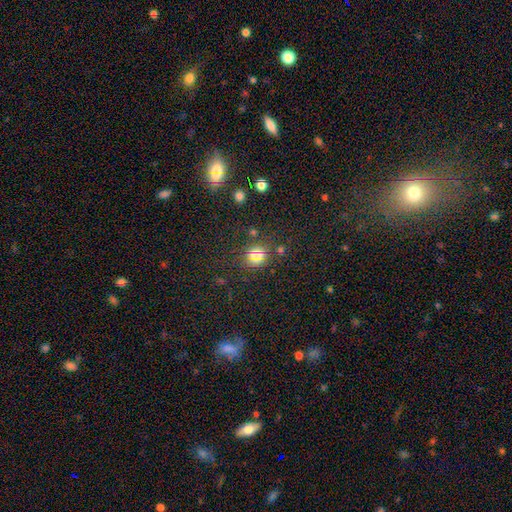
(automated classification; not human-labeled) Smooth or featured? Predicted: smooth (p=0.66). How rounded? Predicted: round (p=0.73). Merging? Predicted: none (p=0.77).